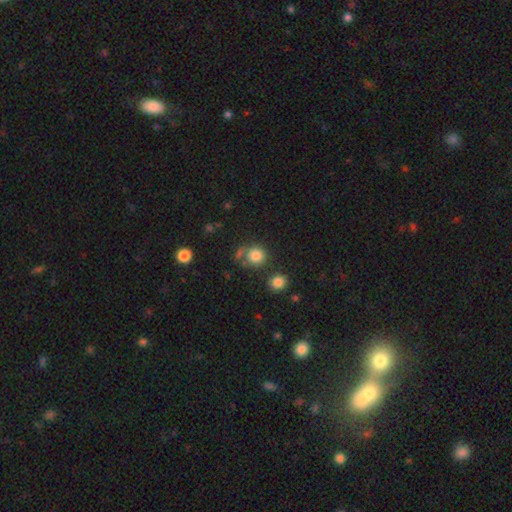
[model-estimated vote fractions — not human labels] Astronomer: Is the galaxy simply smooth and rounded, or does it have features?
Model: smooth — 82%.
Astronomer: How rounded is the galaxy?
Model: round — 89%.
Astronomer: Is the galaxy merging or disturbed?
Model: none — 69%.